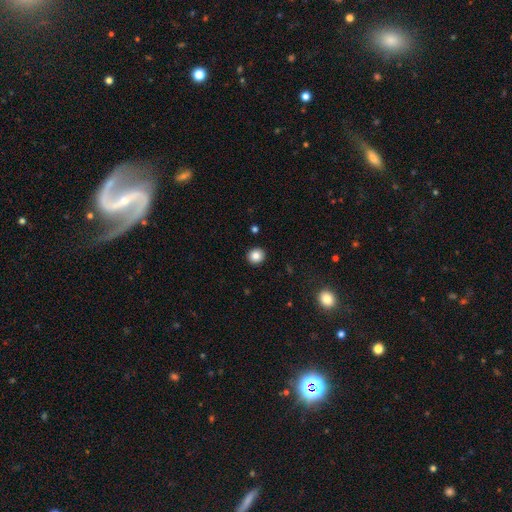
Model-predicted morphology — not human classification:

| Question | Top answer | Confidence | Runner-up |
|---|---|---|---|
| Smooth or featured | smooth | 84% | star or artifact (10%) |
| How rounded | round | 89% | in between (10%) |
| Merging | none | 92% | minor disturbance (5%) |